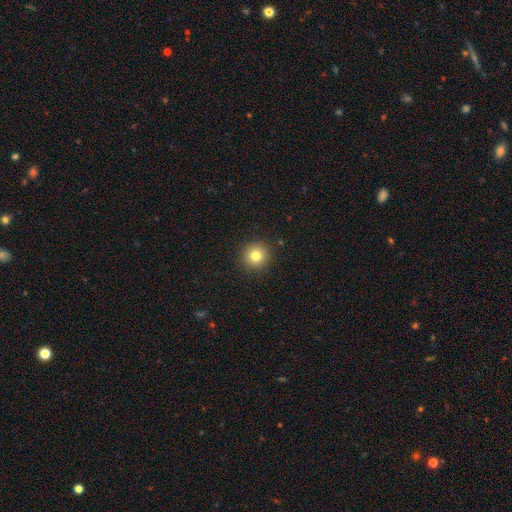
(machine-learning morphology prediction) The model was most divided on "smooth or featured": smooth: 80%, star or artifact: 12%, featured or disk: 8%. More confident: how rounded — round (94%); merging — none (91%).